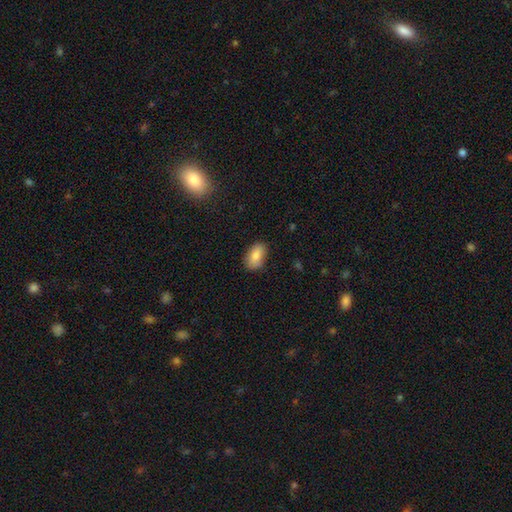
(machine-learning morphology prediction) Smooth or featured? smooth (86%)
How rounded? in between (92%)
Merging? none (79%)